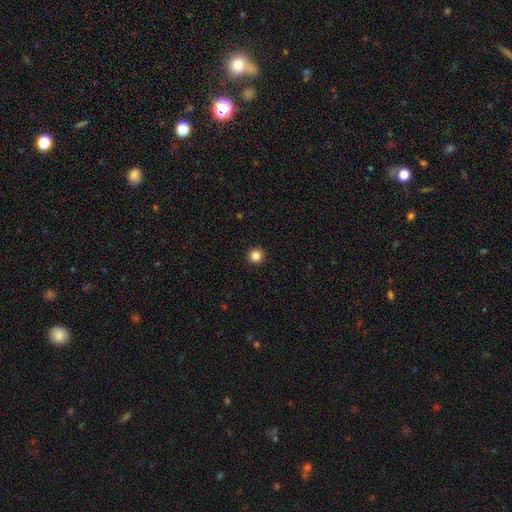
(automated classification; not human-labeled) A smooth galaxy with no disk features (85%) that is round (95%).

Vote fractions:
- Smooth or featured? smooth: 85% / star or artifact: 11% / featured or disk: 4%
- How rounded? round: 95% / in between: 4% / cigar-shaped: 1%
- Merging? none: 94% / minor disturbance: 4% / major disturbance: 1% / merger: 1%